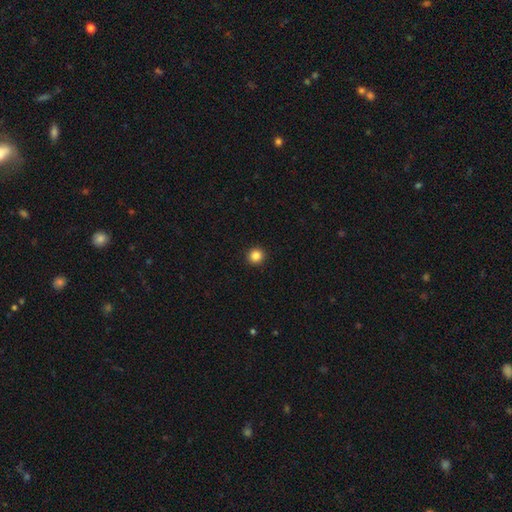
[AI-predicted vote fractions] Overall: smooth (85%). How rounded: round (95%). Merging: none (94%).